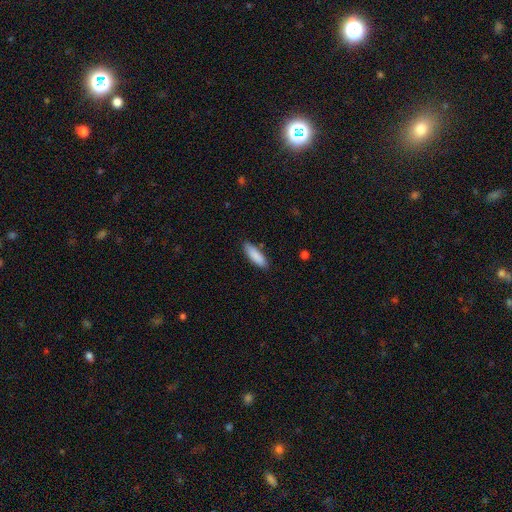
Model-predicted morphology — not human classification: Smooth or featured: smooth — 88% (featured or disk — 6%)
How rounded: cigar-shaped — 52% (in between — 47%)
Merging: none — 85% (minor disturbance — 12%)